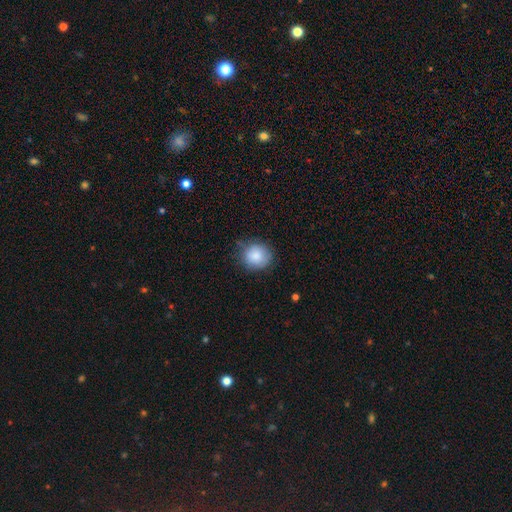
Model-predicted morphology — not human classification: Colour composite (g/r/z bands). It shows a smooth galaxy with no disk features (86%) that is round (85%). Merging: none (74%).